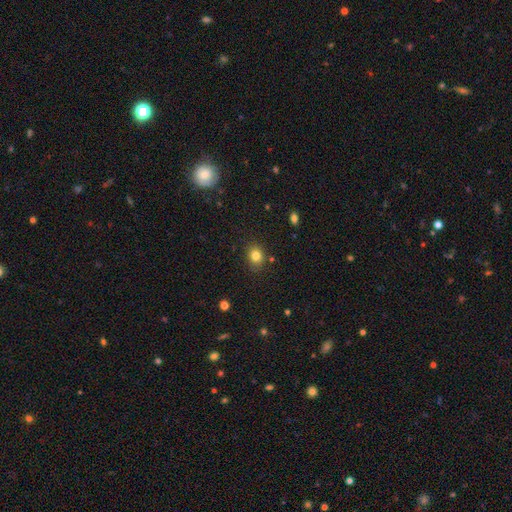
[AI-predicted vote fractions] smooth 82%, star or artifact 12%, featured or disk 6%. Down the decision tree: how rounded — round (61%); merging — none (83%).